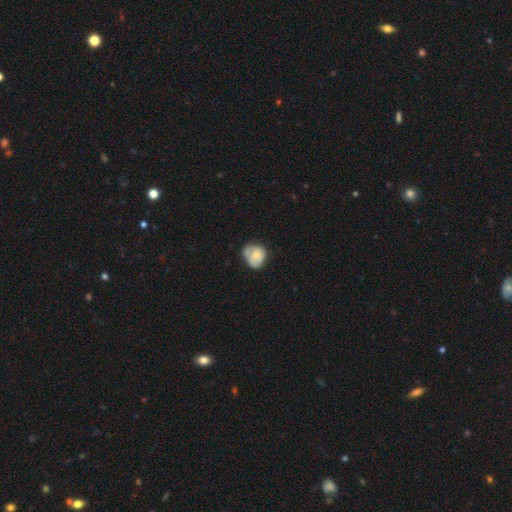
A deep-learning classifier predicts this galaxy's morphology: Q: Smooth or featured?
A: smooth (64%); runner-up: featured or disk (28%)
Q: How rounded?
A: round (58%); runner-up: in between (41%)
Q: Merging?
A: none (43%); runner-up: minor disturbance (39%)